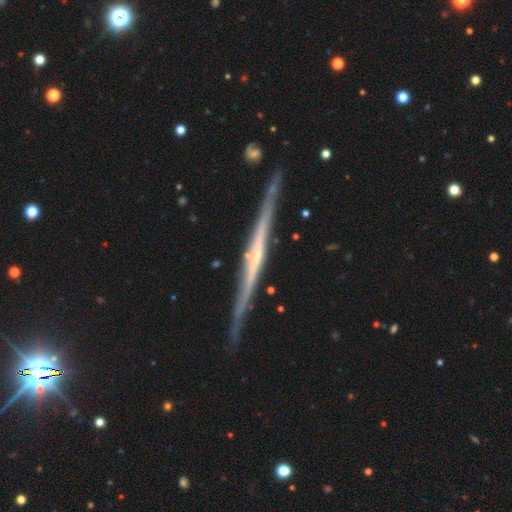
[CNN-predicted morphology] smooth_or_featured: featured or disk (p=0.83) [alt: smooth p=0.12]
disk_edge_on: yes (p=0.98) [alt: no p=0.02]
edge_on_bulge: none (p=0.53) [alt: rounded p=0.34]
merging: none (p=0.86) [alt: minor disturbance p=0.10]